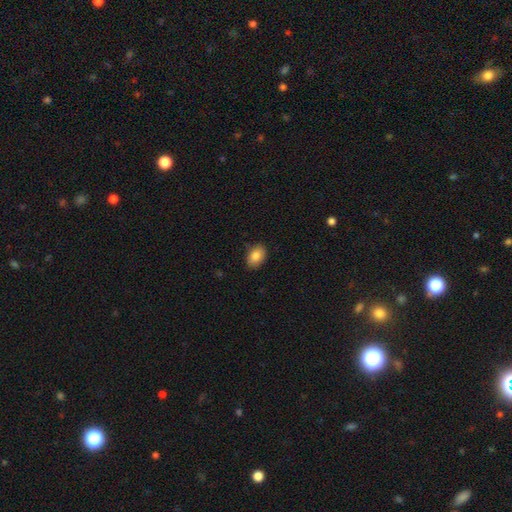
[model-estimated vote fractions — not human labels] smooth_or_featured: smooth (p=0.86) [alt: star or artifact p=0.07]
how_rounded: in between (p=0.85) [alt: round p=0.14]
merging: none (p=0.85) [alt: minor disturbance p=0.12]